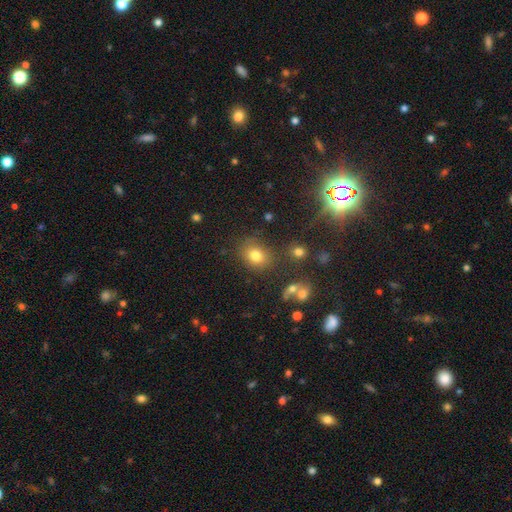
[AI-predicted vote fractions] Morphology: type=smooth (77%); roundness=round (53%); merging=none (74%).